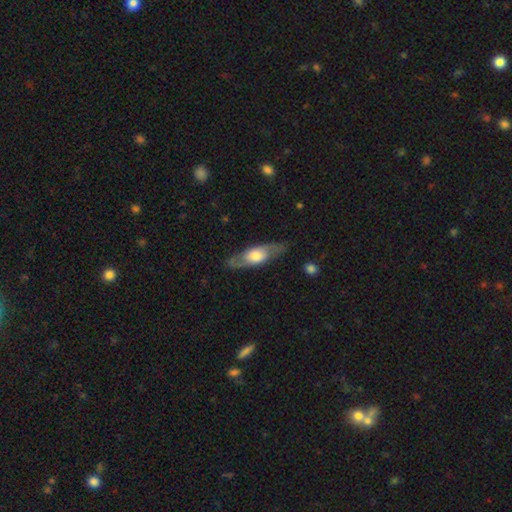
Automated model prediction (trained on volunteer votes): The model was most divided on "edge-on disk": no: 53%, yes: 47%. More confident: merging — none (81%); smooth or featured — featured or disk (52%).